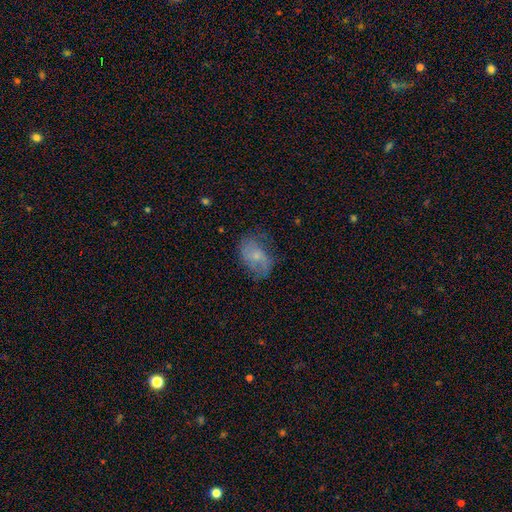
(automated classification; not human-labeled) The model was most divided on "smooth or featured": featured or disk: 50%, smooth: 42%, star or artifact: 8%. More confident: edge-on disk — no (96%); merging — none (59%).